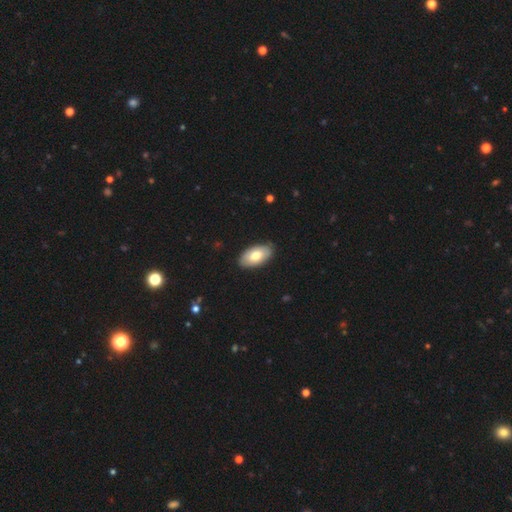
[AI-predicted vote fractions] A smooth galaxy with no disk features (71%) that is in between round and cigar-shaped (95%).

Vote fractions:
- Smooth or featured? smooth: 71% / featured or disk: 24% / star or artifact: 5%
- How rounded? in between: 95% / round: 3% / cigar-shaped: 2%
- Merging? none: 87% / minor disturbance: 10% / major disturbance: 2% / merger: 1%